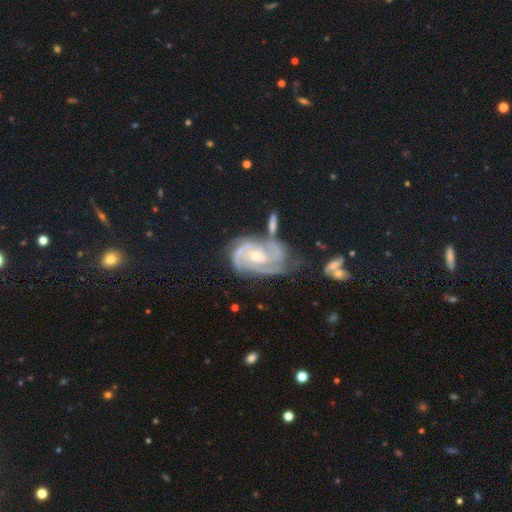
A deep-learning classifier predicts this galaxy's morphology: Smooth or featured? Predicted: featured or disk (p=0.90). Edge-on disk? Predicted: no (p=0.97). Bar? Predicted: no (p=0.62). Spiral arms? Predicted: yes (p=0.97). Spiral winding? Predicted: tight (p=0.64). Spiral arm count? Predicted: 3 (p=0.37). Bulge size? Predicted: moderate (p=0.51). Merging? Predicted: none (p=0.46).